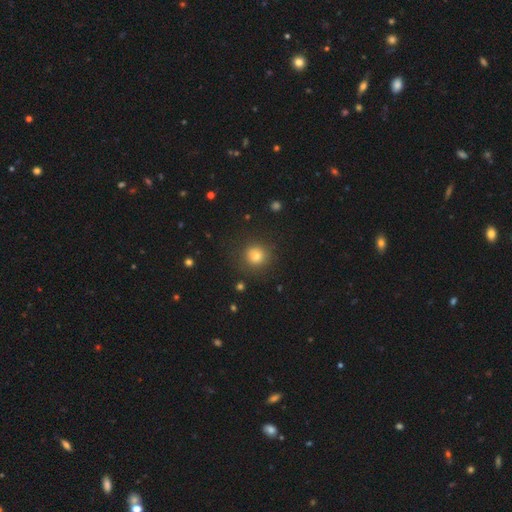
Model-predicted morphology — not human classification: Smooth or featured? Predicted: smooth (p=0.77). How rounded? Predicted: round (p=0.91). Merging? Predicted: none (p=0.86).